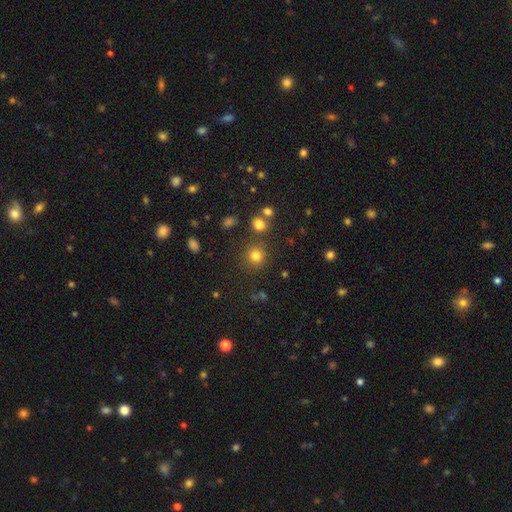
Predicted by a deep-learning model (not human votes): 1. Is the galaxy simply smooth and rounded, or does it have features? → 78% smooth, 15% star or artifact, 6% featured or disk.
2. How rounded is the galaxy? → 90% round, 9% in between, 1% cigar-shaped.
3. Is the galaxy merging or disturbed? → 81% none, 8% minor disturbance, 6% merger, 4% major disturbance.